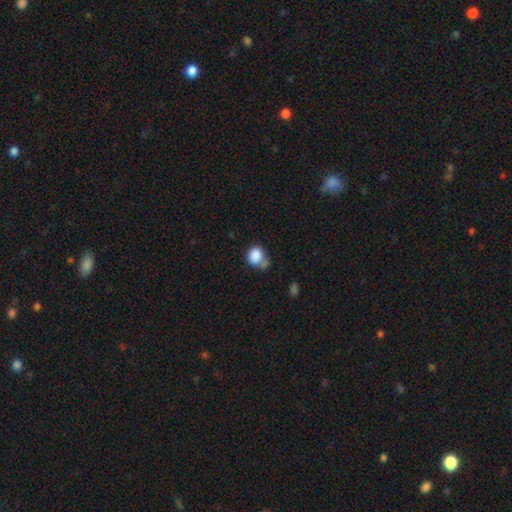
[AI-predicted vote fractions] Smooth or featured? Predicted: smooth (p=0.86). How rounded? Predicted: round (p=0.71). Merging? Predicted: none (p=0.46).